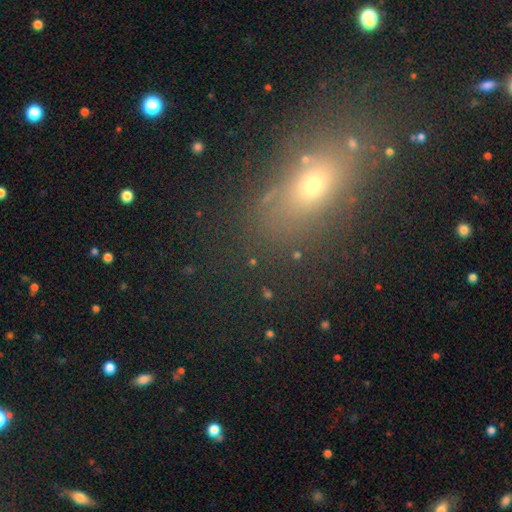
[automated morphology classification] Smooth or featured? smooth (58%)
How rounded? in between (68%)
Merging? none (77%)